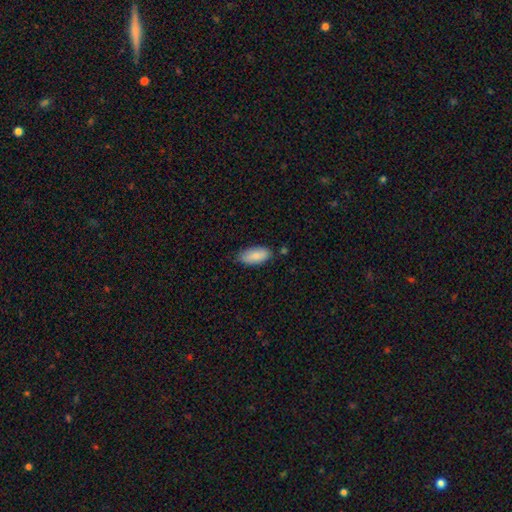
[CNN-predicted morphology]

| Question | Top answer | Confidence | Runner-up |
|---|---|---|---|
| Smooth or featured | smooth | 86% | featured or disk (8%) |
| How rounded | in between | 90% | cigar-shaped (8%) |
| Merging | none | 76% | minor disturbance (19%) |